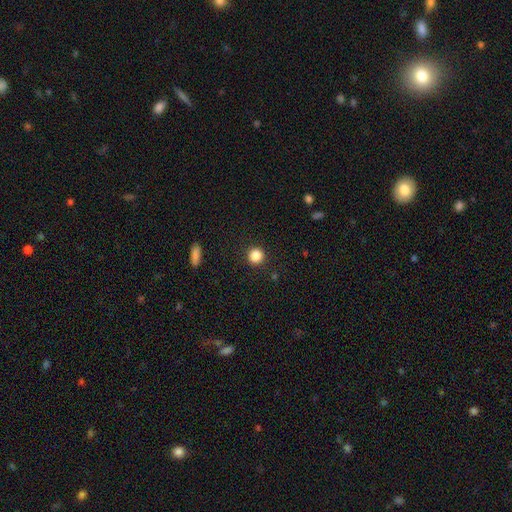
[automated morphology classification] Overall: smooth (85%). How rounded: round (93%). Merging: none (92%).